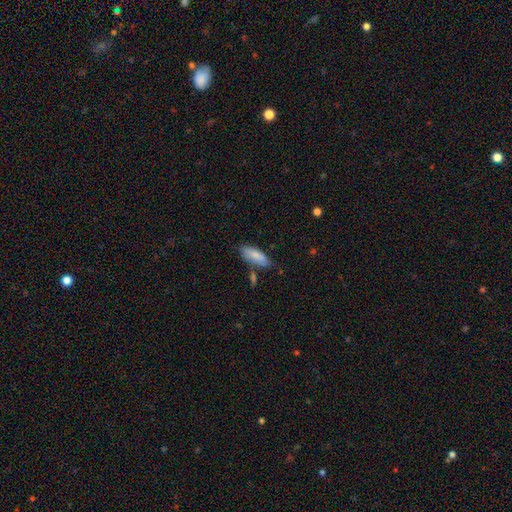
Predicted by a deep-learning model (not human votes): smooth-or-featured: smooth: 80% | featured or disk: 14% | star or artifact: 6%
  how-rounded: in between: 76% | cigar-shaped: 22% | round: 2%
  merging: none: 69% | minor disturbance: 20% | merger: 7% | major disturbance: 4%